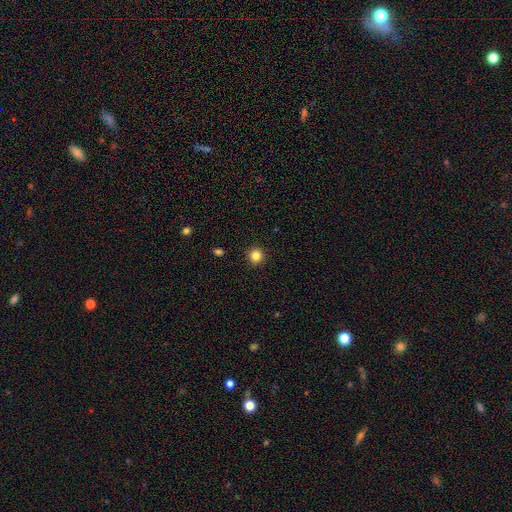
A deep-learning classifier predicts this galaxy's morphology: Smooth or featured? smooth (84%)
How rounded? round (94%)
Merging? none (93%)